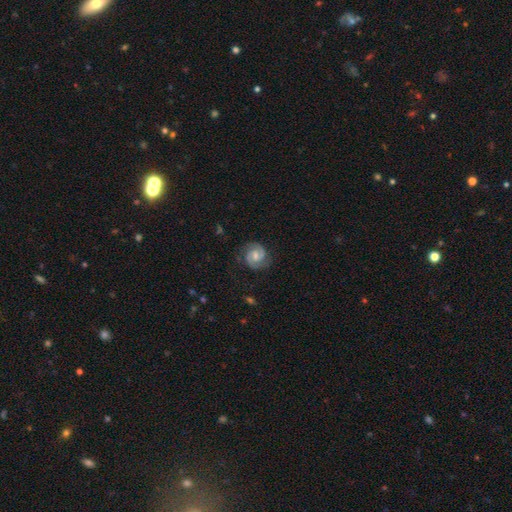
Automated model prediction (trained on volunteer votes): A featured or disk galaxy (83%) with a weak bar (52%), 2 (91%) tight (48%) spiral arms (97%) and a moderate central bulge (47%). Merging: none (79%).